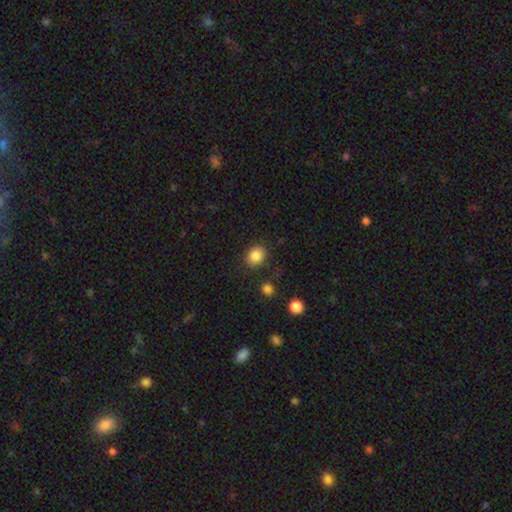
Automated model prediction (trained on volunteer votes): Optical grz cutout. It shows a smooth galaxy with no disk features (86%) that is round (65%). Merging: none (84%).